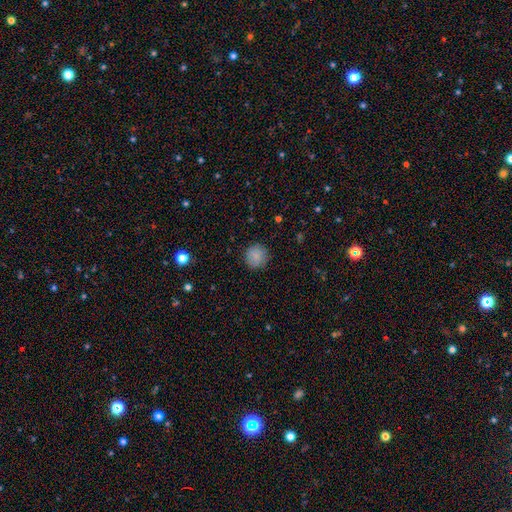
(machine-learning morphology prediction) Overall: smooth (85%). How rounded: round (93%). Merging: none (86%).